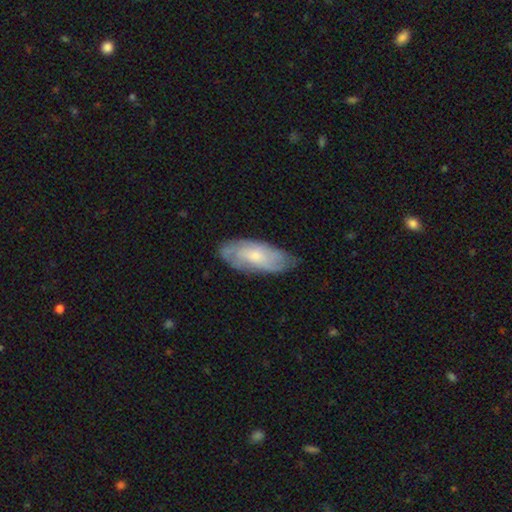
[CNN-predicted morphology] smooth_or_featured: featured or disk (p=0.54) [alt: smooth p=0.40]
disk_edge_on: no (p=0.88) [alt: yes p=0.12]
merging: none (p=0.72) [alt: minor disturbance p=0.22]